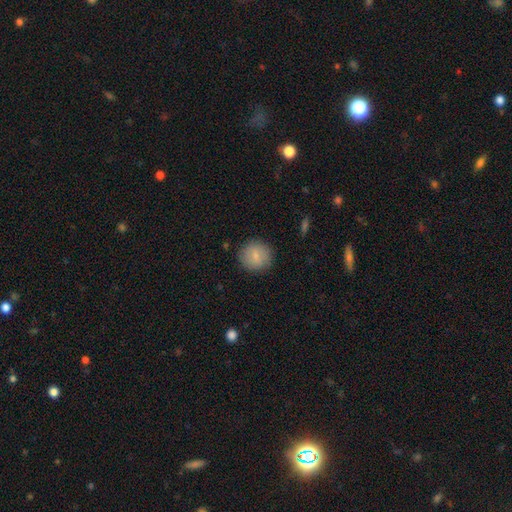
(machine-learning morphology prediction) type=smooth (80%); roundness=round (90%); merging=none (87%).